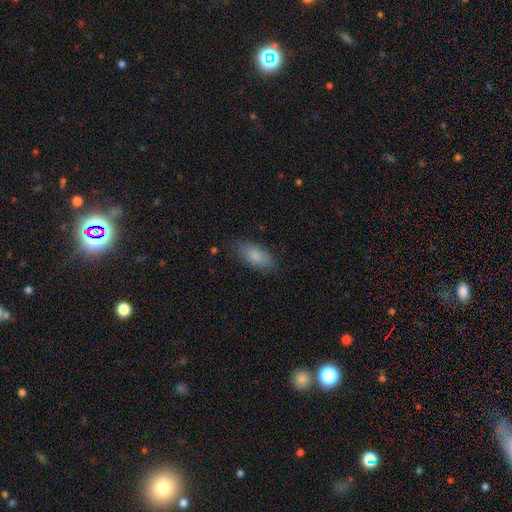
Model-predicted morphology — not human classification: smooth_or_featured: smooth (p=0.86) [alt: featured or disk p=0.07]
how_rounded: in between (p=0.88) [alt: cigar-shaped p=0.10]
merging: none (p=0.81) [alt: minor disturbance p=0.14]